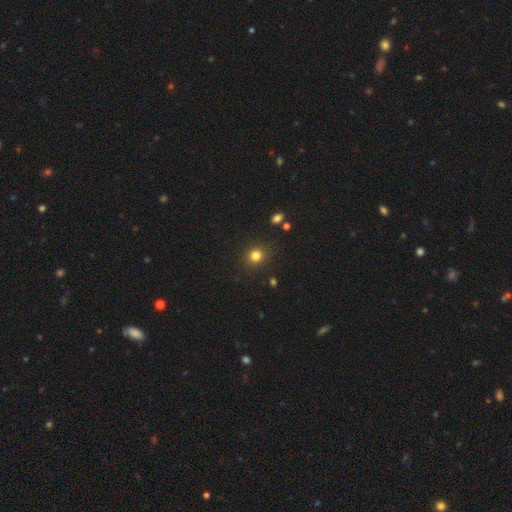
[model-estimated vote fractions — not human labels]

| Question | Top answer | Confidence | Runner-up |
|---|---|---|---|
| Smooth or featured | smooth | 82% | star or artifact (13%) |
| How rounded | round | 83% | in between (16%) |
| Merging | none | 88% | minor disturbance (7%) |